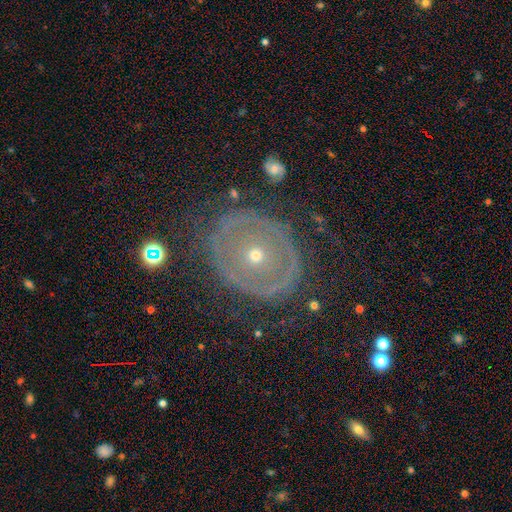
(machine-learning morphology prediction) featured or disk 72%, smooth 19%, star or artifact 9%. Down the decision tree: edge-on disk — no (96%); bar — no (89%); spiral arms — no (55%); bulge size — small (64%); merging — none (72%).